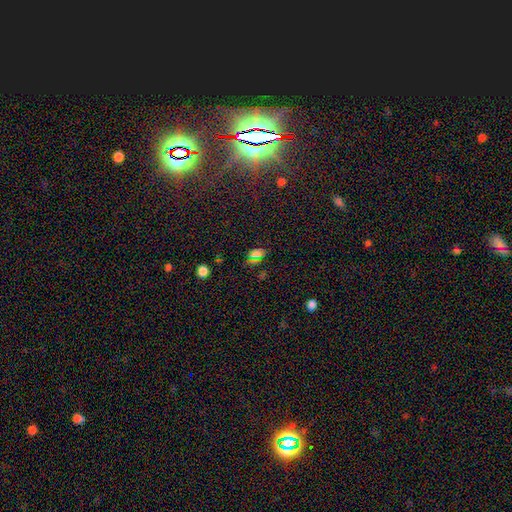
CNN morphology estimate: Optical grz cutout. It shows a smooth galaxy with no disk features (53%) that is in between round and cigar-shaped (74%). Merging: none (77%).